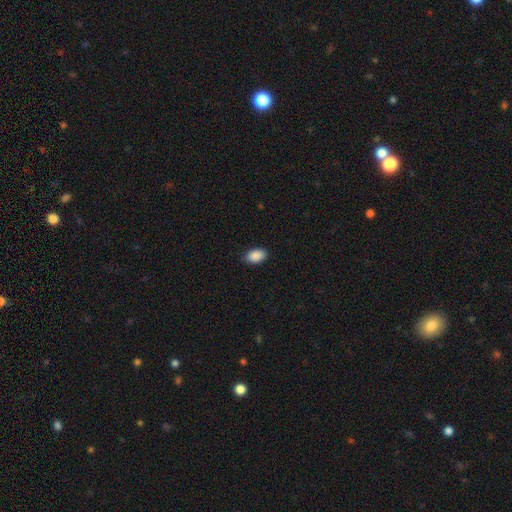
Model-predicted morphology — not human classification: This is clearly a smooth galaxy (90%). How rounded: clearly in between (91%). Merging: clearly none (85%).